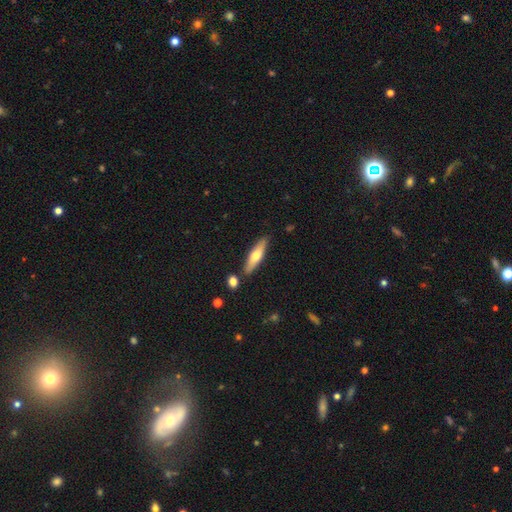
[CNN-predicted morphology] type=smooth (51%); roundness=cigar-shaped (74%); merging=none (85%).